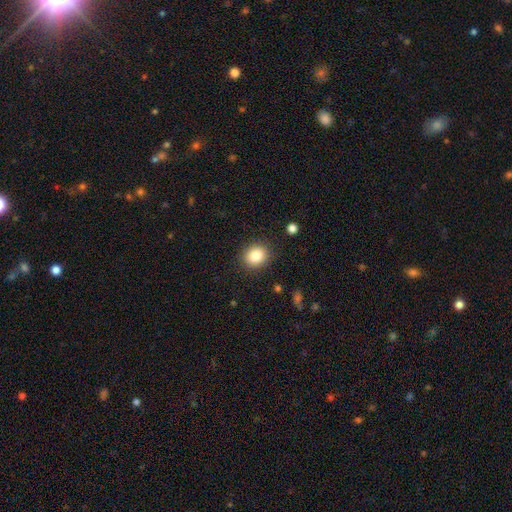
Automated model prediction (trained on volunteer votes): Smooth or featured?
  - smooth: 86% *
  - star or artifact: 9%
  - featured or disk: 5%
How rounded?
  - round: 68% *
  - in between: 31%
  - cigar-shaped: 1%
Merging?
  - none: 88% *
  - minor disturbance: 8%
  - major disturbance: 3%
  - merger: 1%